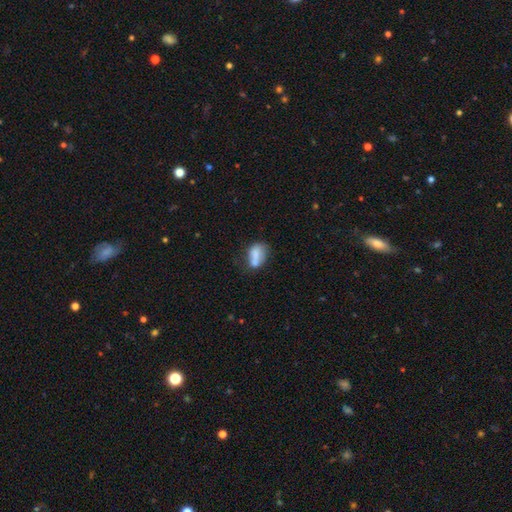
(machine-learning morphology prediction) Smooth or featured?
  - smooth: 71% *
  - featured or disk: 20%
  - star or artifact: 9%
How rounded?
  - in between: 80% *
  - round: 17%
  - cigar-shaped: 3%
Merging?
  - none: 33% *
  - merger: 32%
  - minor disturbance: 23%
  - major disturbance: 12%